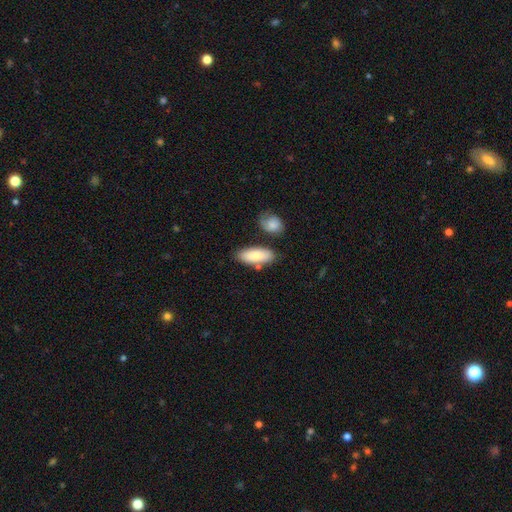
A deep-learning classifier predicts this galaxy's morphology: Overall: smooth (80%). How rounded: in between (80%). Merging: none (74%).